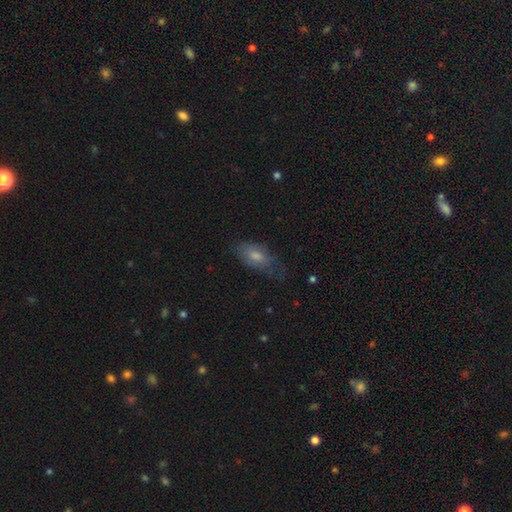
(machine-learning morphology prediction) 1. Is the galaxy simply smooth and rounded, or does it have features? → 57% smooth, 32% featured or disk, 12% star or artifact.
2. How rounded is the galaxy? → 83% in between, 12% cigar-shaped, 5% round.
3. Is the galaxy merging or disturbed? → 59% none, 27% minor disturbance, 13% major disturbance, 2% merger.